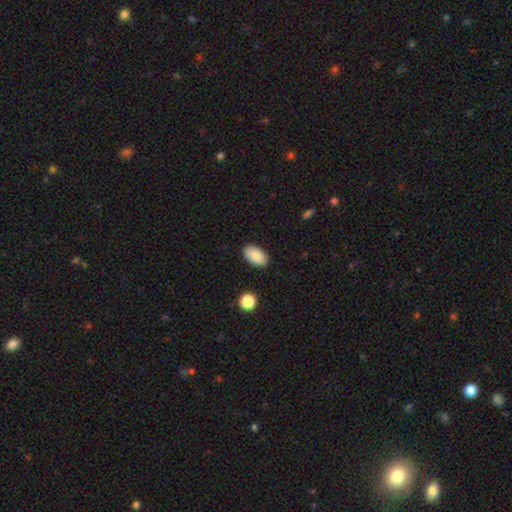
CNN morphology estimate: Smooth or featured? smooth (88%)
How rounded? in between (94%)
Merging? none (88%)